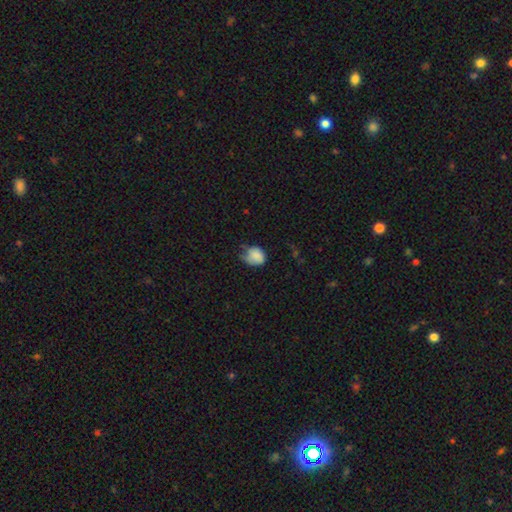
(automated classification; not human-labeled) Smooth or featured: smooth — 77% (featured or disk — 14%)
How rounded: round — 61% (in between — 38%)
Merging: minor disturbance — 42% (none — 35%)